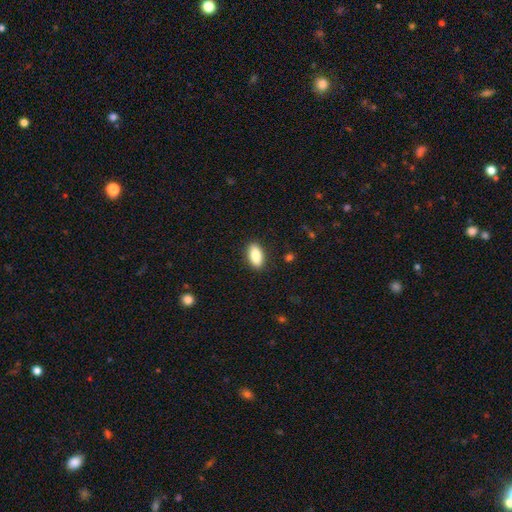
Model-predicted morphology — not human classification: The model was most divided on "merging": none: 89%, minor disturbance: 8%, major disturbance: 2%, merger: 1%. More confident: how rounded — in between (90%); smooth or featured — smooth (88%).